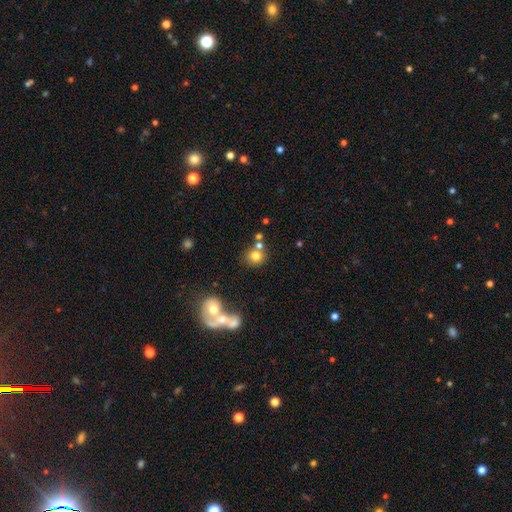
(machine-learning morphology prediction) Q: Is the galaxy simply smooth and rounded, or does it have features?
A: smooth — 76%.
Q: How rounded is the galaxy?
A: round — 84%.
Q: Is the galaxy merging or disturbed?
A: none — 56%.